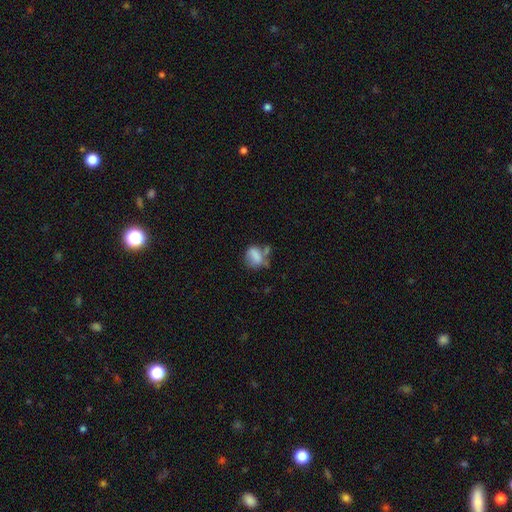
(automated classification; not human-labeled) A smooth galaxy with no disk features (72%) that is in between round and cigar-shaped (62%).

Vote fractions:
- Smooth or featured? smooth: 72% / featured or disk: 17% / star or artifact: 11%
- How rounded? in between: 62% / round: 35% / cigar-shaped: 3%
- Merging? none: 36% / minor disturbance: 26% / merger: 20% / major disturbance: 17%